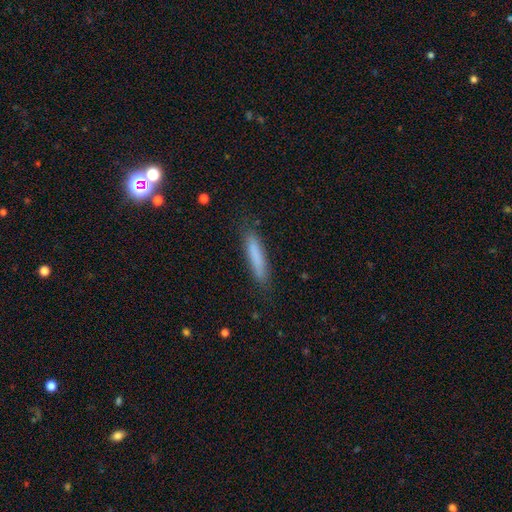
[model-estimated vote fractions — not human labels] A smooth galaxy with no disk features (80%) that is cigar-shaped (89%).

Vote fractions:
- Smooth or featured? smooth: 80% / featured or disk: 14% / star or artifact: 7%
- How rounded? cigar-shaped: 89% / in between: 10% / round: 1%
- Merging? none: 84% / minor disturbance: 12% / major disturbance: 3% / merger: 1%